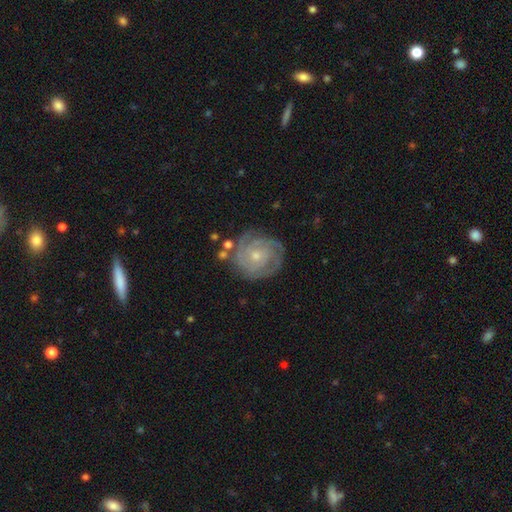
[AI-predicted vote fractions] Overall: featured or disk (85%). Edge-on disk: no (98%). Bar: no (77%). Spiral arms: yes (97%). Spiral arm count: 3 (32%; 2 22%). Spiral winding: tight (81%). Bulge size: small (61%; moderate 35%). Merging: none (78%).